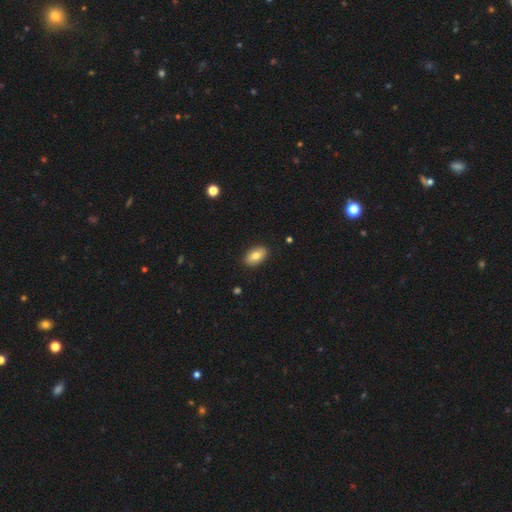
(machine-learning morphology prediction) Overall: smooth (79%). How rounded: in between (92%). Merging: none (89%).